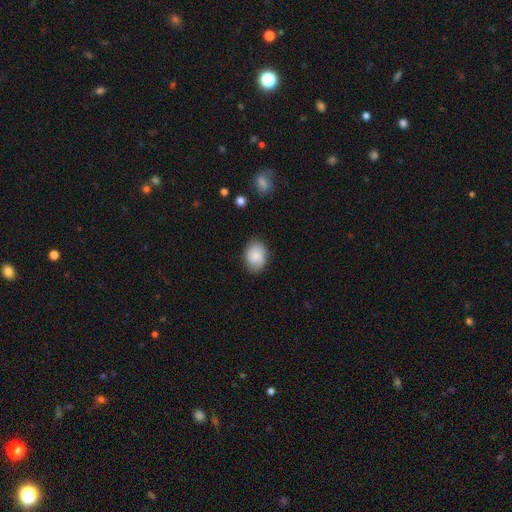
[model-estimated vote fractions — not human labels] A smooth galaxy with no disk features (81%) that is in between round and cigar-shaped (69%). Merging: none (80%).